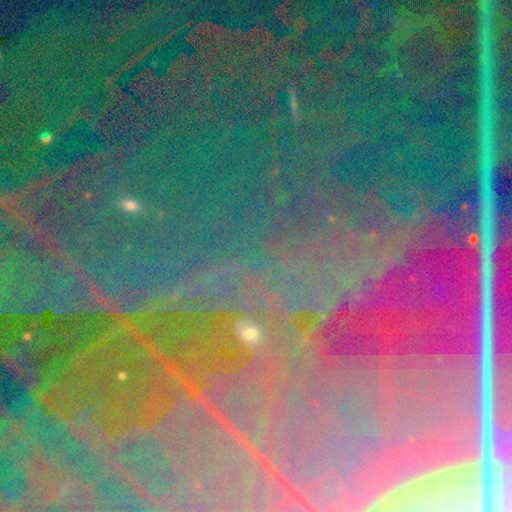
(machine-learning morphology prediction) Overall: star or artifact (87%).